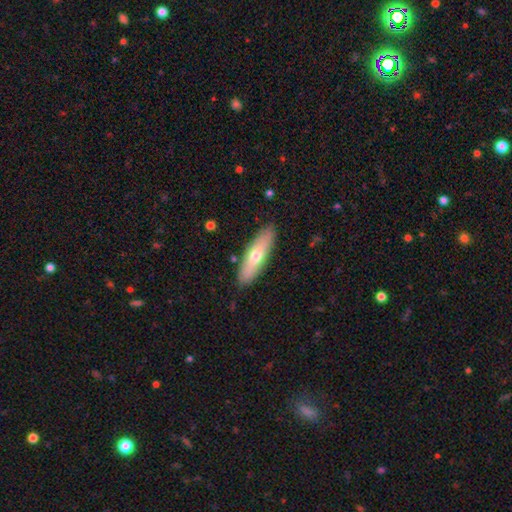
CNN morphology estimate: type=smooth (61%); roundness=cigar-shaped (57%); merging=none (87%).